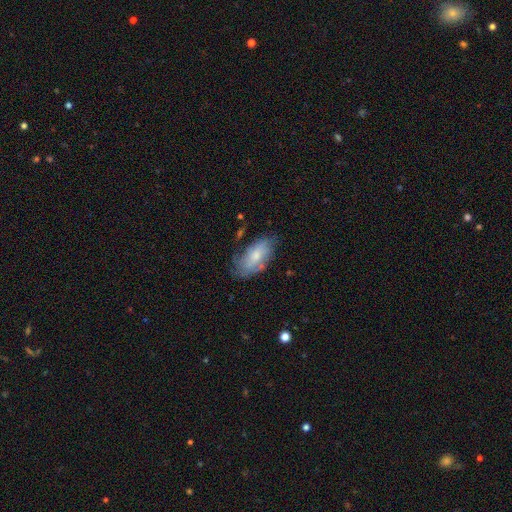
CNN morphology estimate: Overall: smooth (53%; featured or disk 39%). How rounded: in between (92%). Merging: none (56%; minor disturbance 29%).